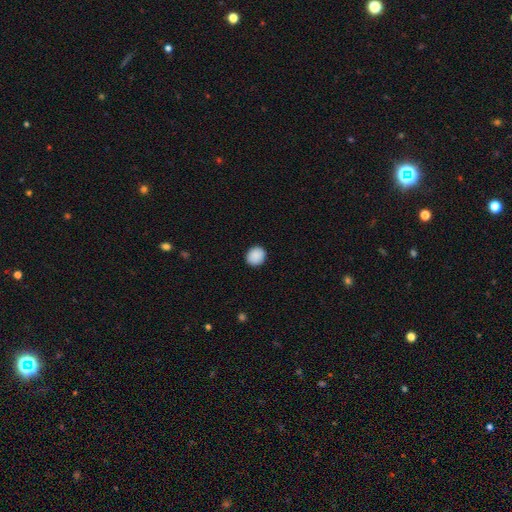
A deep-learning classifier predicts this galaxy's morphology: Overall: smooth (90%). How rounded: round (78%). Merging: none (91%).